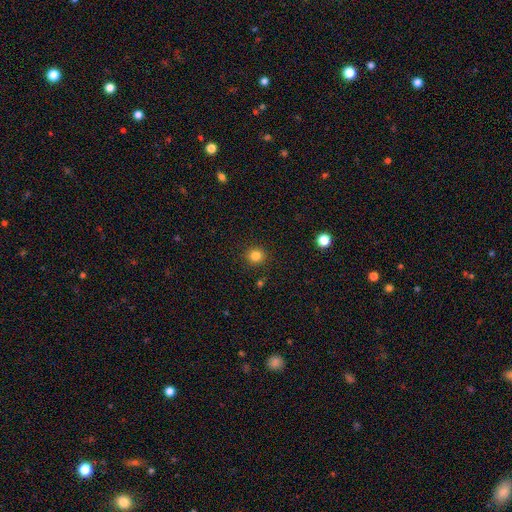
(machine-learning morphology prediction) Smooth or featured? Predicted: smooth (p=0.83). How rounded? Predicted: round (p=0.92). Merging? Predicted: none (p=0.91).